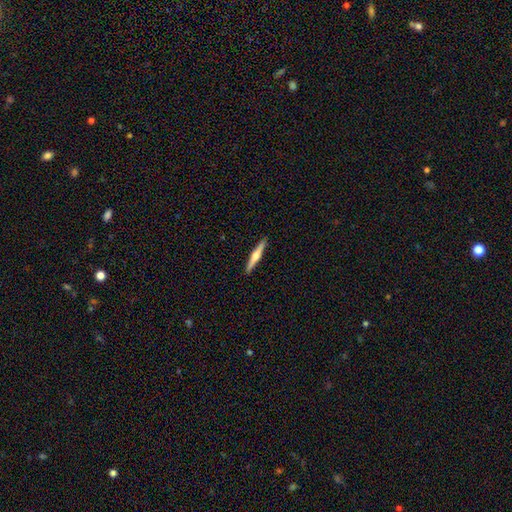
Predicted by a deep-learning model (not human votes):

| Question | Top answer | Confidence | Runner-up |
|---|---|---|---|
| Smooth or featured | featured or disk | 62% | smooth (33%) |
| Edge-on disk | yes | 98% | no (2%) |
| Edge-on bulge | rounded | 87% | boxy (7%) |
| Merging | none | 92% | minor disturbance (6%) |